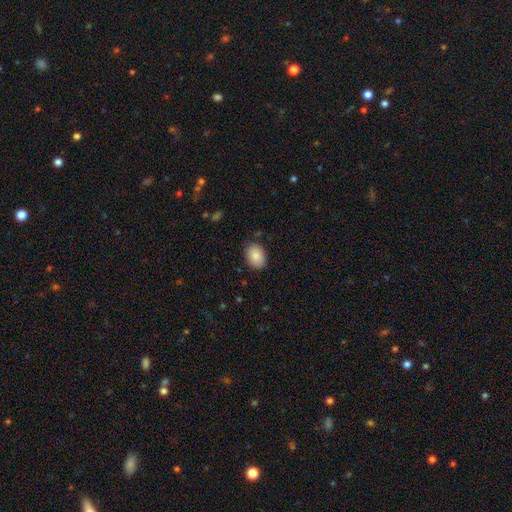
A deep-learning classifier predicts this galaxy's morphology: smooth_or_featured: smooth (p=0.88) [alt: star or artifact p=0.07]
how_rounded: in between (p=0.76) [alt: round p=0.23]
merging: none (p=0.85) [alt: minor disturbance p=0.11]